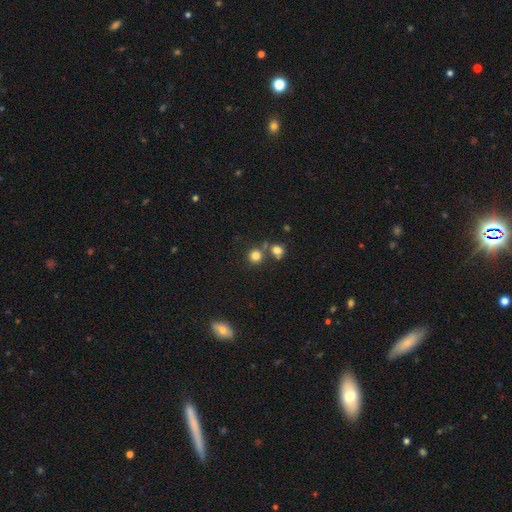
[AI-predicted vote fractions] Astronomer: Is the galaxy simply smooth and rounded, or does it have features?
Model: smooth — 80%.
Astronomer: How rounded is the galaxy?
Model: round — 90%.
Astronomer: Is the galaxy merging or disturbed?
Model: none — 69%.